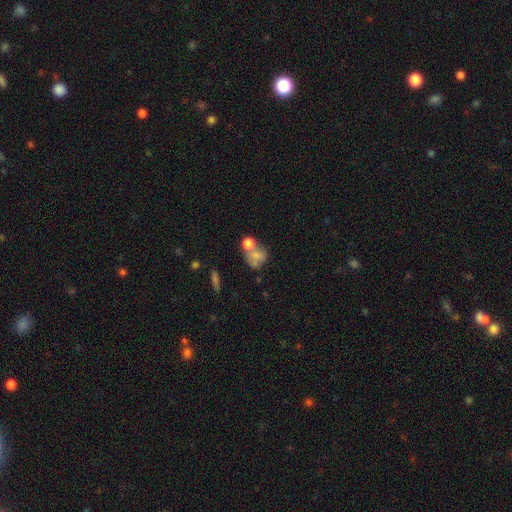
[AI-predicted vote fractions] Smooth or featured?
  - smooth: 69% *
  - featured or disk: 20%
  - star or artifact: 11%
How rounded?
  - round: 58% *
  - in between: 40%
  - cigar-shaped: 2%
Merging?
  - merger: 43% *
  - none: 32%
  - minor disturbance: 15%
  - major disturbance: 10%